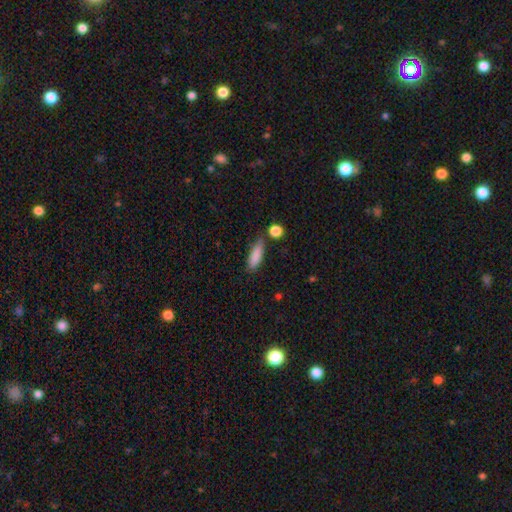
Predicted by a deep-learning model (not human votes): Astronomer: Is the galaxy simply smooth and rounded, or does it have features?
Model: smooth — 86%.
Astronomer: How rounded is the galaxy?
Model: in between — 52% (runner-up: cigar-shaped, 45%).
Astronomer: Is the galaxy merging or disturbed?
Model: none — 73%.